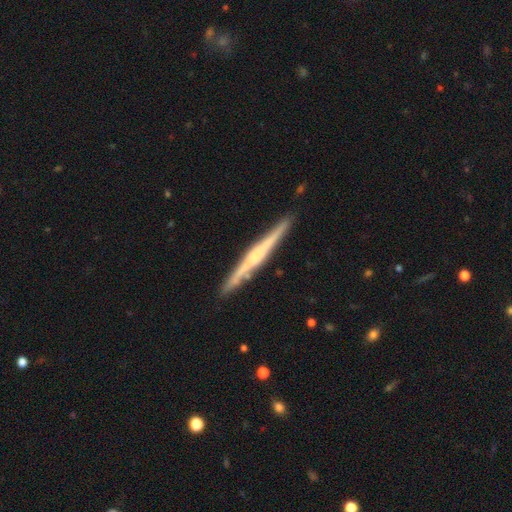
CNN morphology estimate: featured or disk 74%, smooth 21%, star or artifact 5%. Down the decision tree: edge-on disk — yes (98%); edge-on bulge — rounded (53%); merging — none (89%).